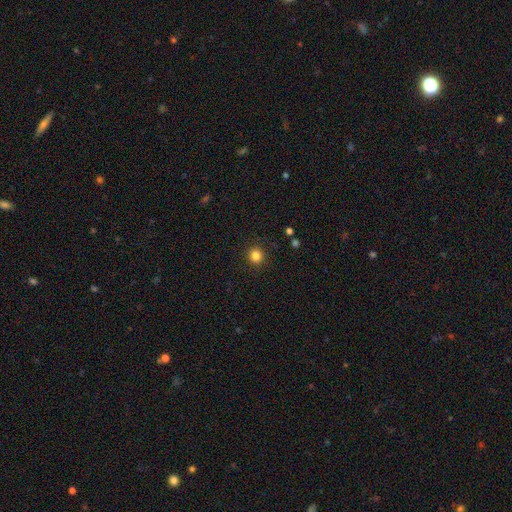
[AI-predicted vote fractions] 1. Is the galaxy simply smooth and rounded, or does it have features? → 83% smooth, 12% star or artifact, 4% featured or disk.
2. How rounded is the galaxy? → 92% round, 7% in between, 1% cigar-shaped.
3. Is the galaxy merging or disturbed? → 91% none, 6% minor disturbance, 2% major disturbance, 1% merger.